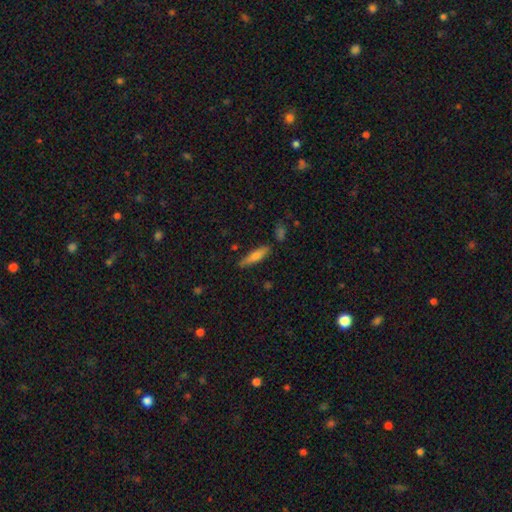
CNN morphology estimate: smooth_or_featured: smooth (p=0.63) [alt: featured or disk p=0.30]
how_rounded: cigar-shaped (p=0.77) [alt: in between p=0.21]
merging: none (p=0.81) [alt: minor disturbance p=0.13]